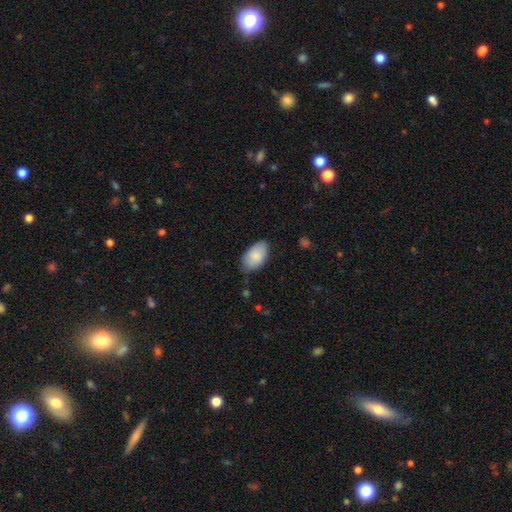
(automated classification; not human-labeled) The model was most divided on "merging": none: 74%, minor disturbance: 22%, major disturbance: 3%, merger: 1%. More confident: how rounded — in between (95%); smooth or featured — smooth (86%).